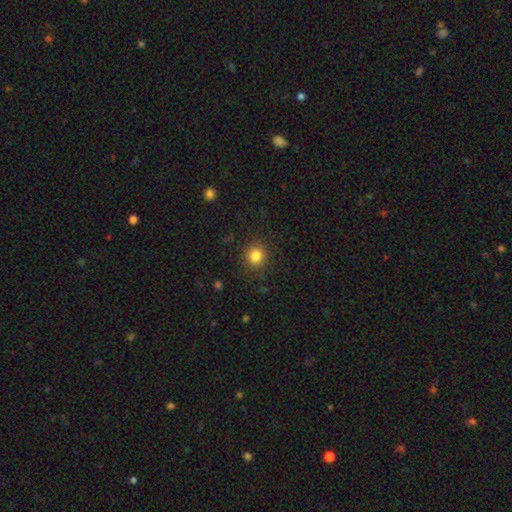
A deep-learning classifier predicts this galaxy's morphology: Overall: smooth (83%). How rounded: round (91%). Merging: none (89%).